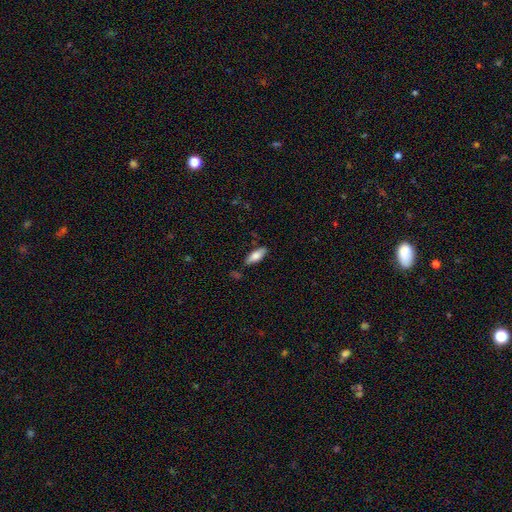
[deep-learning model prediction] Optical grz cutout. It shows a smooth galaxy with no disk features (78%) that is in between round and cigar-shaped (71%). Merging: none (80%).